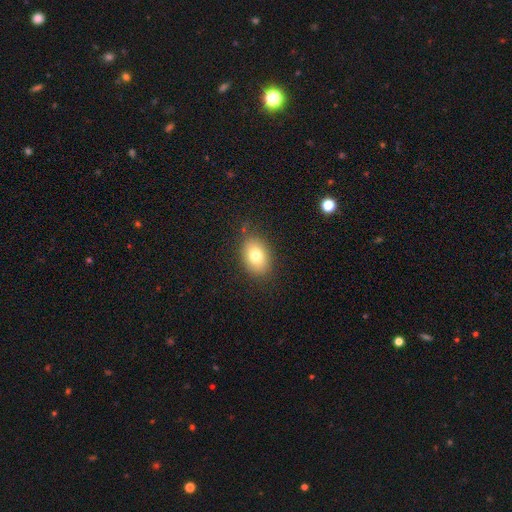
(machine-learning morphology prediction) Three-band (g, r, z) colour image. It shows a smooth galaxy with no disk features (78%) that is in between round and cigar-shaped (76%). Merging: none (83%).